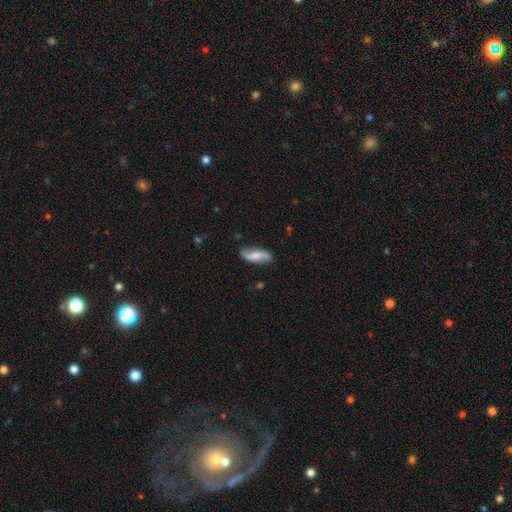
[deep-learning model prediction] Overall: featured or disk (66%; smooth 28%). Edge-on disk: no (90%). Bar: no (49%; weak 35%). Spiral arms: yes (93%). Spiral arm count: 2 (92%). Spiral winding: loose (78%). Bulge size: small (39%, tied with moderate). Merging: none (78%).